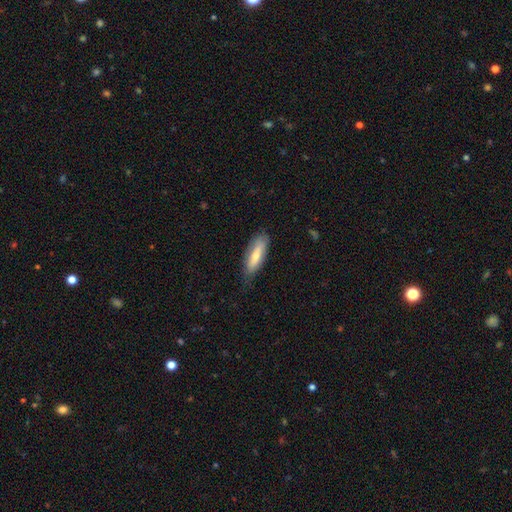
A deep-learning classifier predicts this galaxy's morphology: Smooth or featured? Predicted: smooth (p=0.65). How rounded? Predicted: in between (p=0.57). Merging? Predicted: none (p=0.72).